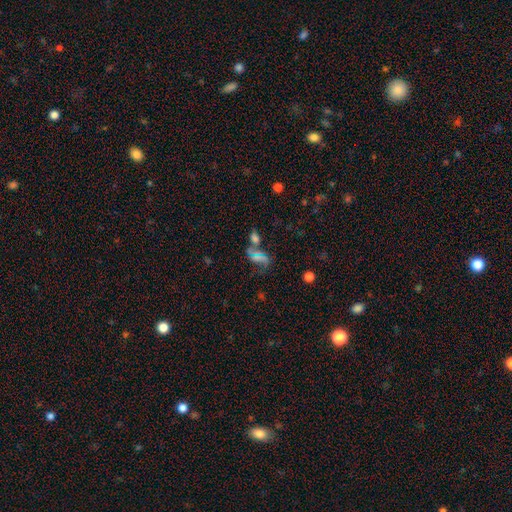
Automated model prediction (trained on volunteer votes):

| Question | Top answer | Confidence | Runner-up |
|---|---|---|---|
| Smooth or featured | smooth | 49% | featured or disk (28%) |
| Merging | none | 34% | tied: merger (34%) |